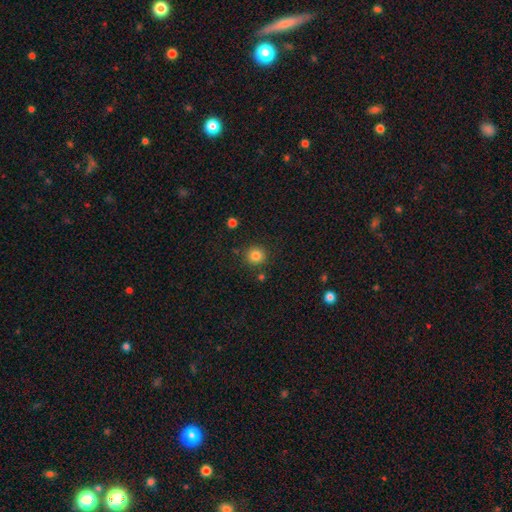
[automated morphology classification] Smooth or featured: smooth — 83% (star or artifact — 12%)
How rounded: round — 93% (in between — 6%)
Merging: none — 87% (minor disturbance — 7%)